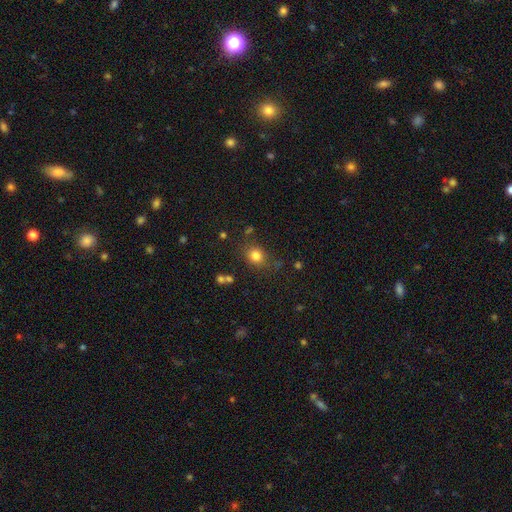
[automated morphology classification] A smooth galaxy with no disk features (80%) that is round (70%). Merging: none (77%).